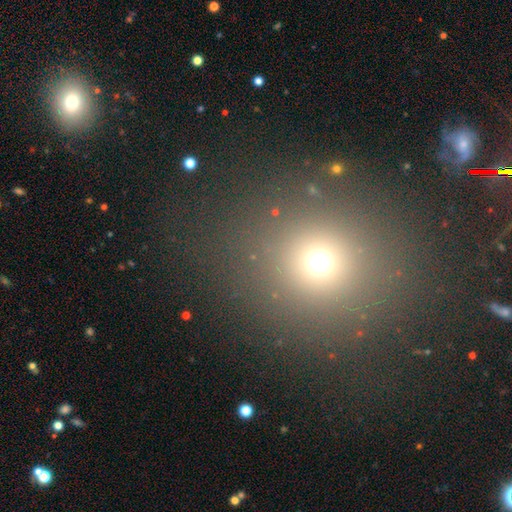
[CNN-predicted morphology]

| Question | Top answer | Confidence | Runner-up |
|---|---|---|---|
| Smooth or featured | smooth | 63% | star or artifact (28%) |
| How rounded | round | 89% | in between (10%) |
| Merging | none | 82% | minor disturbance (8%) |